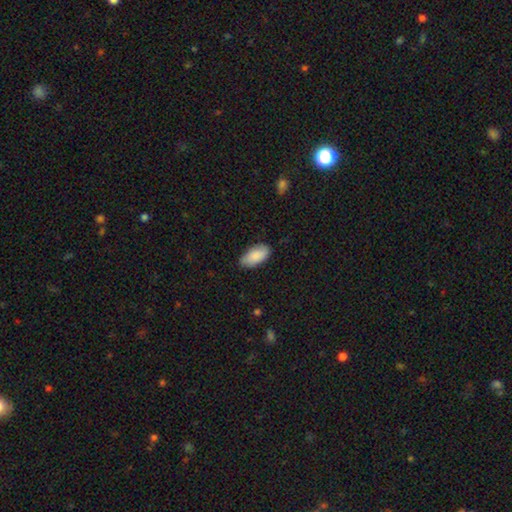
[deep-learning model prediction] Overall: smooth (88%). How rounded: in between (94%). Merging: none (83%).